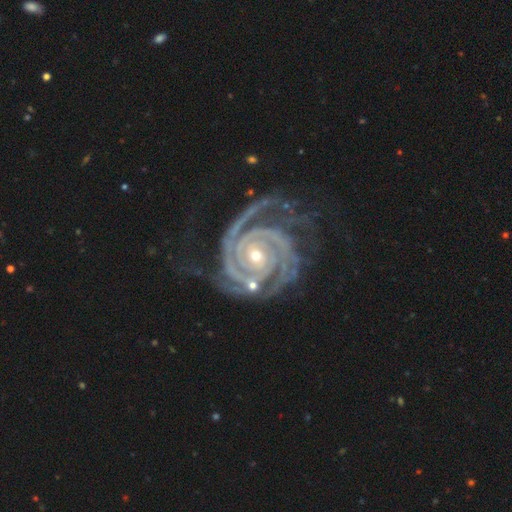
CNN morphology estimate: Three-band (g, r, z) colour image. It shows a featured or disk galaxy (94%) with no bar (61%), 2 (41%) tight (82%) spiral arms (99%) and a small central bulge (59%). Merging: none (61%).